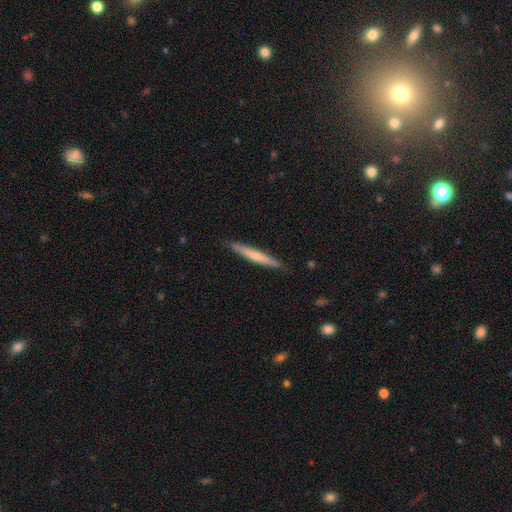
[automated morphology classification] The model was most divided on "smooth or featured": smooth: 53%, featured or disk: 41%, star or artifact: 5%. More confident: how rounded — cigar-shaped (96%); merging — none (90%).